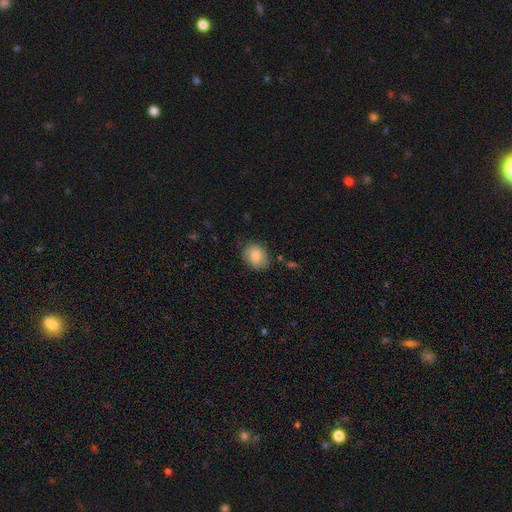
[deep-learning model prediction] smooth-or-featured: smooth: 82% | featured or disk: 10% | star or artifact: 8%
  how-rounded: round: 52% | in between: 47% | cigar-shaped: 1%
  merging: none: 79% | minor disturbance: 16% | major disturbance: 3% | merger: 2%